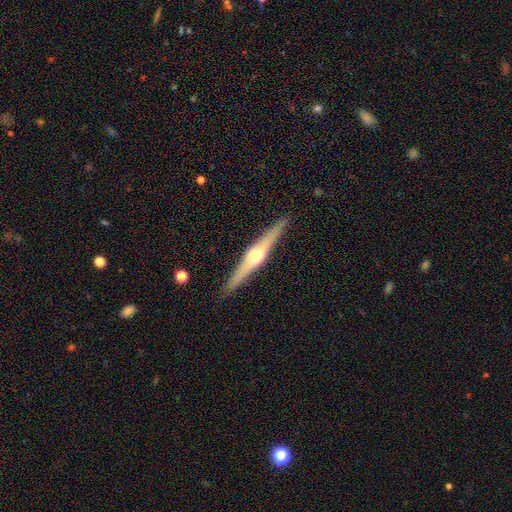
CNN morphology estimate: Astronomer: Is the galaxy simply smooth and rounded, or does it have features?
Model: featured or disk — 78%.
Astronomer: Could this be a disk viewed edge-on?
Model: yes — 98%.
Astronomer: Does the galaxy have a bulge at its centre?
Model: rounded — 90%.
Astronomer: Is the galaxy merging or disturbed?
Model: none — 91%.